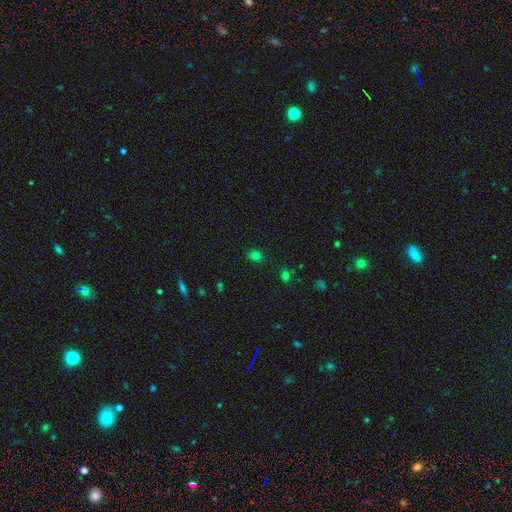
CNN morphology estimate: This is likely a smooth galaxy (73%). How rounded: likely round (77%). Merging: clearly none (85%).